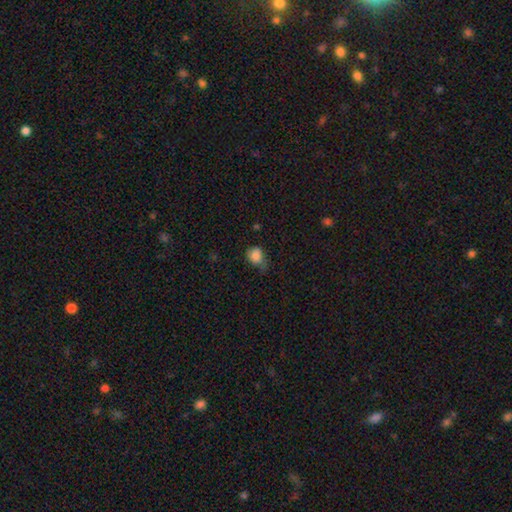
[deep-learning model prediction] A smooth galaxy with no disk features (84%) that is round (61%). Merging: none (44%).